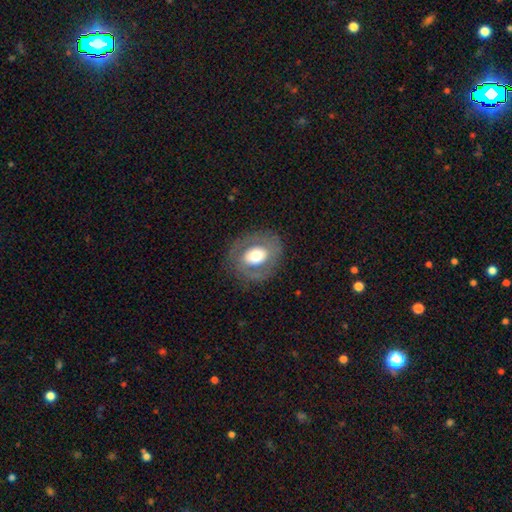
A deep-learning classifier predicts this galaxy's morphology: The model was most divided on "smooth or featured": featured or disk: 47%, smooth: 45%, star or artifact: 7%. More confident: merging — none (78%).